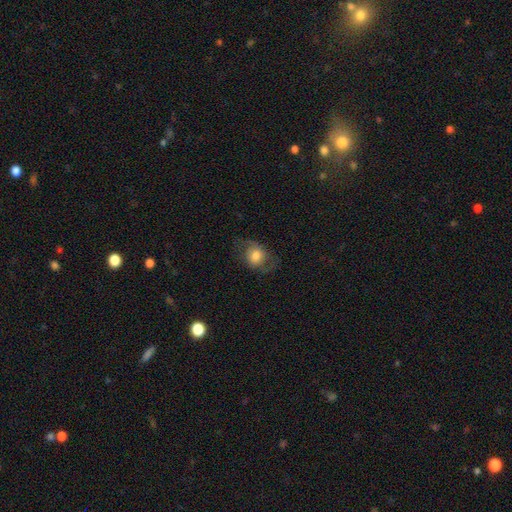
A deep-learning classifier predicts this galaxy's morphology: This appears to be a smooth galaxy with no disk features (65%) that is round (52%). Merging: none (60%).